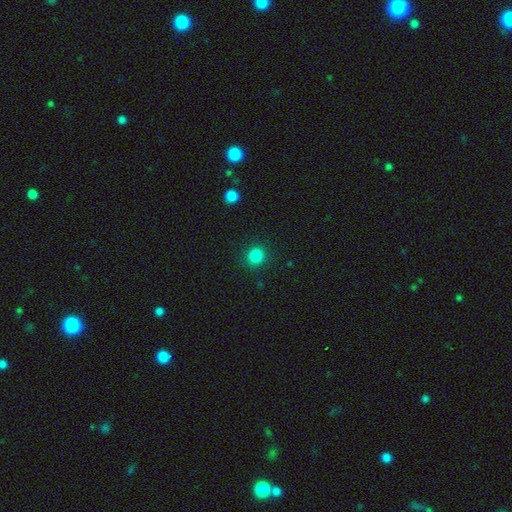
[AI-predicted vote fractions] This appears to be a smooth galaxy with no disk features (85%) that is round (88%). Merging: none (90%).